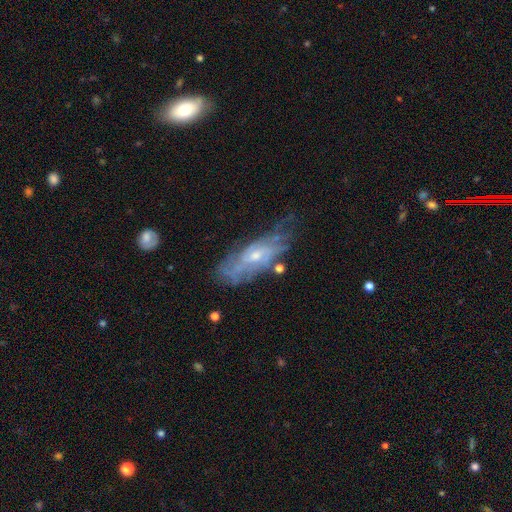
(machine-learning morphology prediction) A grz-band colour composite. It shows a featured or disk galaxy (70%) with no bar (62%), spiral arms (72%) and a small central bulge (54%). Merging: none (56%).